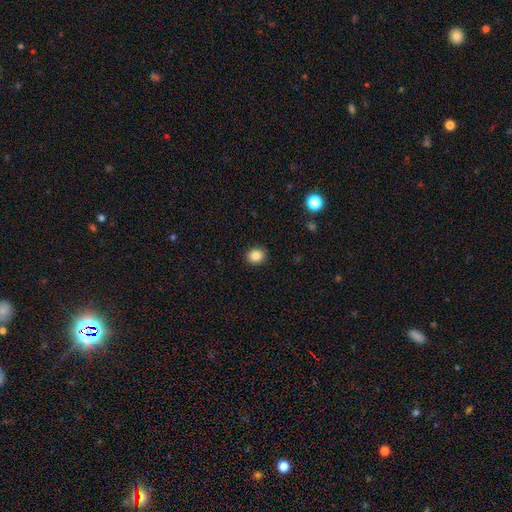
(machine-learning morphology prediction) smooth 85%, star or artifact 10%, featured or disk 5%. Down the decision tree: how rounded — round (81%); merging — none (91%).